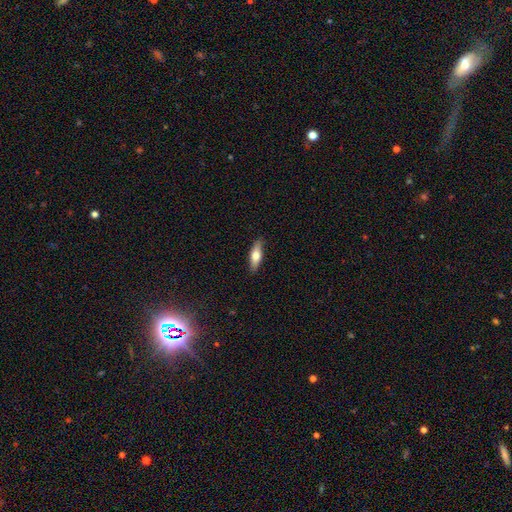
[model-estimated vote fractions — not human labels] Smooth or featured? smooth (65%)
How rounded? in between (54%)
Merging? none (86%)